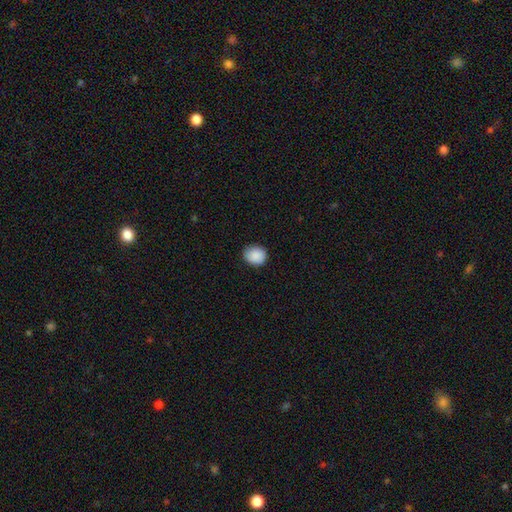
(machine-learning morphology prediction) A smooth galaxy with no disk features (89%) that is round (73%). Merging: none (84%).